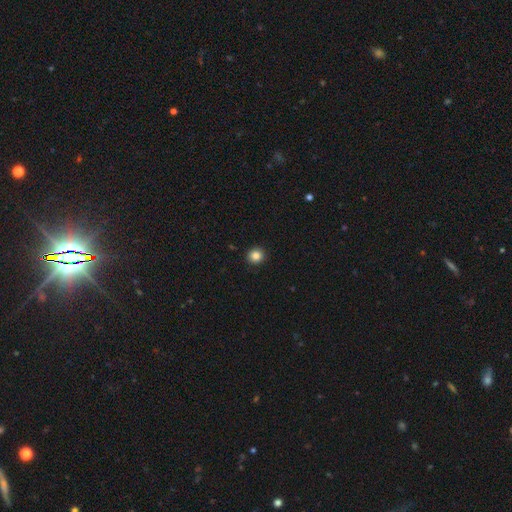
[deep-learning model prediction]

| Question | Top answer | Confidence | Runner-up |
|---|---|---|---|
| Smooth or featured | smooth | 85% | star or artifact (11%) |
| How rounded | round | 91% | in between (8%) |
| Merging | none | 93% | minor disturbance (5%) |